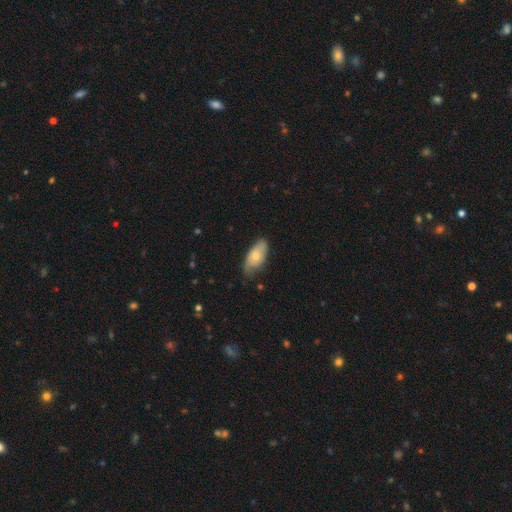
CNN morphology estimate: A smooth galaxy with no disk features (68%) that is in between round and cigar-shaped (90%).

Vote fractions:
- Smooth or featured? smooth: 68% / featured or disk: 26% / star or artifact: 6%
- How rounded? in between: 90% / cigar-shaped: 8% / round: 3%
- Merging? none: 65% / minor disturbance: 28% / major disturbance: 5% / merger: 1%